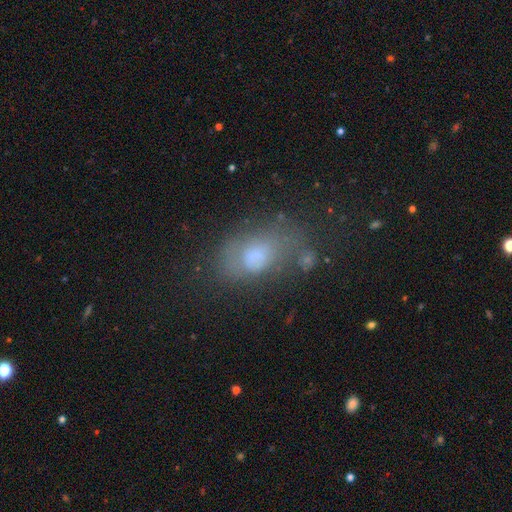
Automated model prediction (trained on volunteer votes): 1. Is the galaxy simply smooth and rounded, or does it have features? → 57% smooth, 29% featured or disk, 14% star or artifact.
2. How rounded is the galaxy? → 84% in between, 14% round, 2% cigar-shaped.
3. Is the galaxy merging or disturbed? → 48% none, 26% minor disturbance, 19% major disturbance, 7% merger.